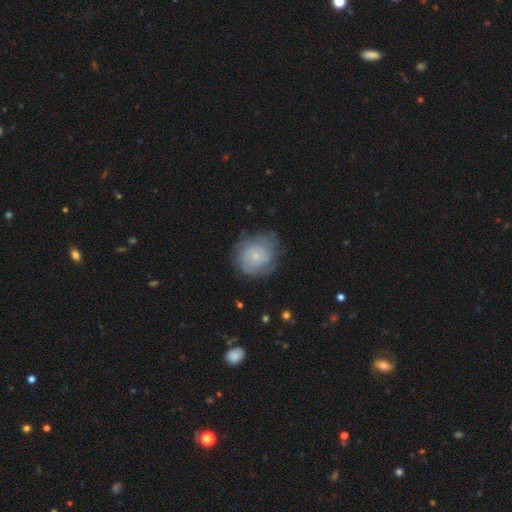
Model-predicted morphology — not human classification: Smooth or featured?
  - featured or disk: 46% *
  - smooth: 45%
  - star or artifact: 9%
Merging?
  - none: 65% *
  - minor disturbance: 23%
  - major disturbance: 11%
  - merger: 1%